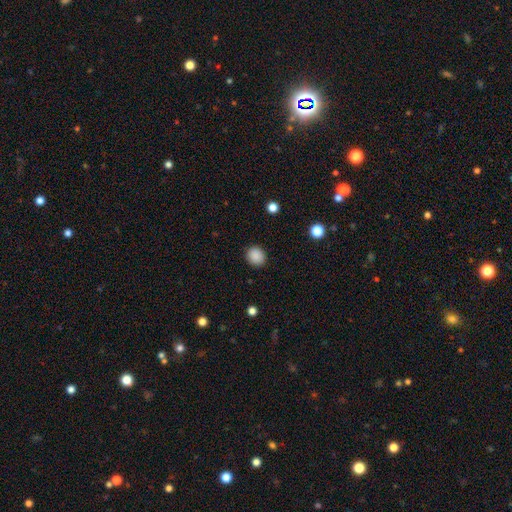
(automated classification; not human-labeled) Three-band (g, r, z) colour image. It shows a smooth galaxy with no disk features (88%) that is round (77%). Merging: none (90%).